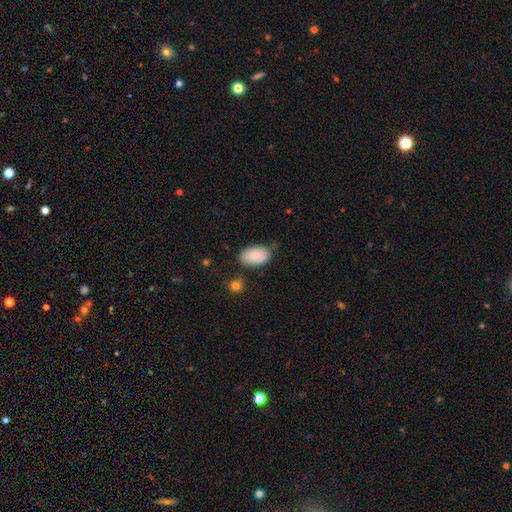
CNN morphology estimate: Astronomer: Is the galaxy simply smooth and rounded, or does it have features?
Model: smooth — 83%.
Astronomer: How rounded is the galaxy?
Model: in between — 94%.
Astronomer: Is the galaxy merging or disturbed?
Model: none — 69%.